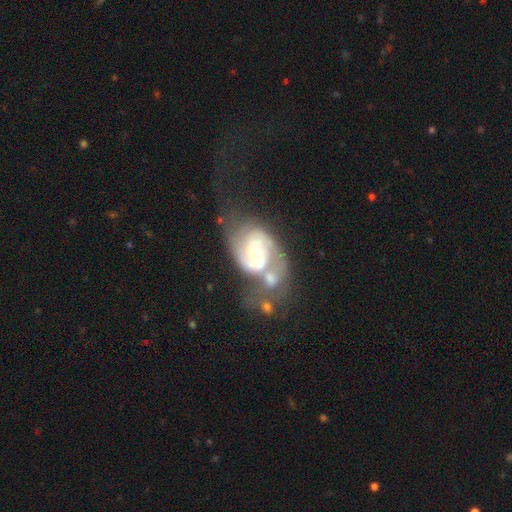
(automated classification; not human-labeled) A featured or disk galaxy (82%) with a weak bar (45%), 2 (78%) medium (46%) spiral arms (93%) and a moderate central bulge (53%). Merging: merger (43%).